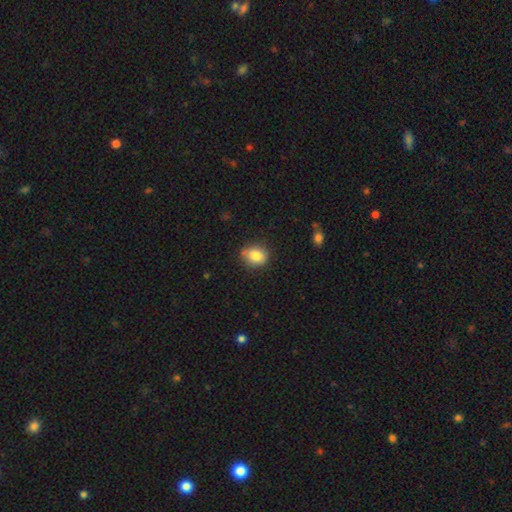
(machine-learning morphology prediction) Smooth or featured? smooth (84%)
How rounded? in between (50%)
Merging? none (77%)